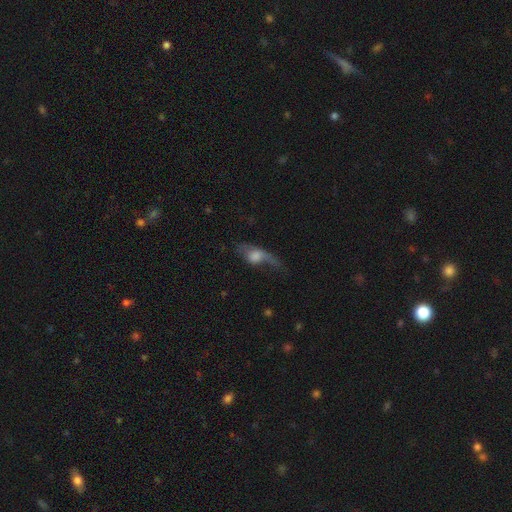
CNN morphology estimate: Smooth or featured? Predicted: smooth (p=0.48). Merging? Predicted: major disturbance (p=0.49).